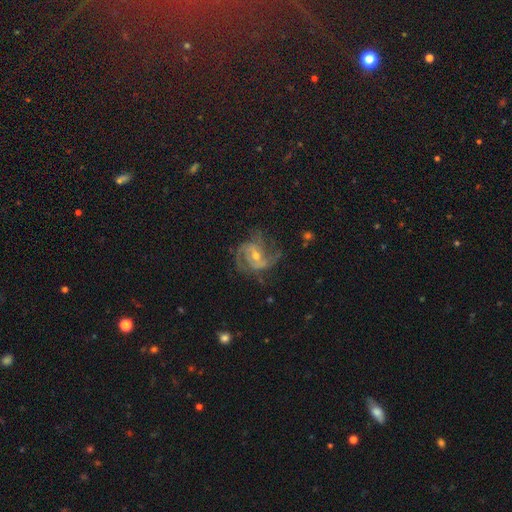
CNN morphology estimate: This appears to be a featured or disk galaxy (87%) with a weak bar (46%), 3 (36%) medium (49%) spiral arms (96%) and a moderate central bulge (54%). Merging: none (61%).